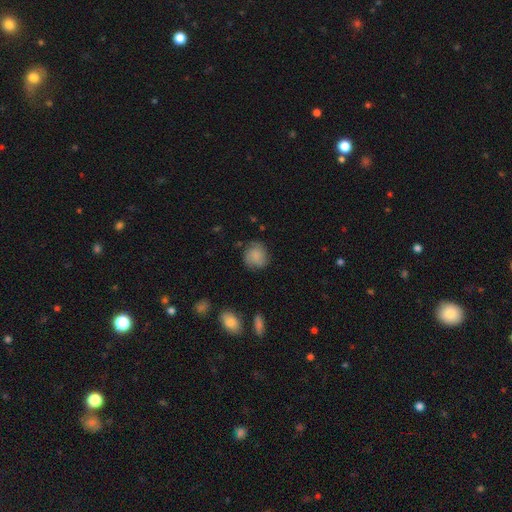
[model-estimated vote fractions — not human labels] smooth_or_featured: smooth (p=0.77) [alt: featured or disk p=0.15]
how_rounded: round (p=0.83) [alt: in between p=0.16]
merging: none (p=0.71) [alt: minor disturbance p=0.20]